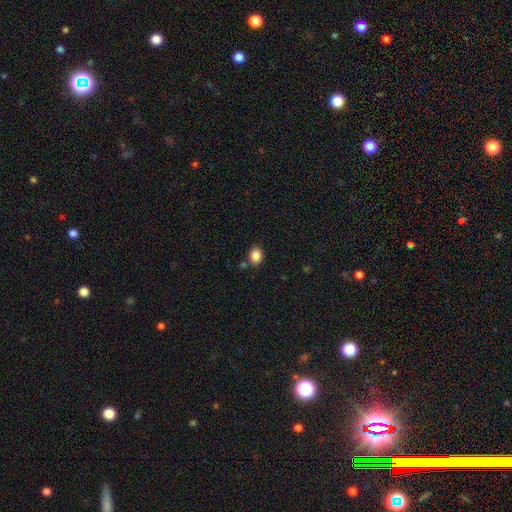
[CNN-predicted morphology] smooth 86%, star or artifact 9%, featured or disk 5%. Down the decision tree: how rounded — in between (53%); merging — none (79%).